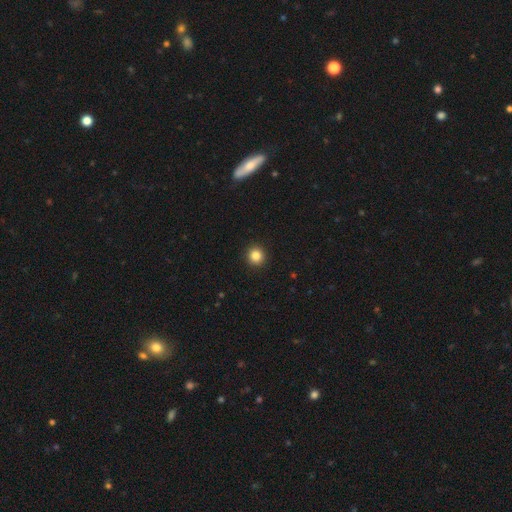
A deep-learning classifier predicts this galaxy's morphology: type=smooth (85%); roundness=round (95%); merging=none (93%).